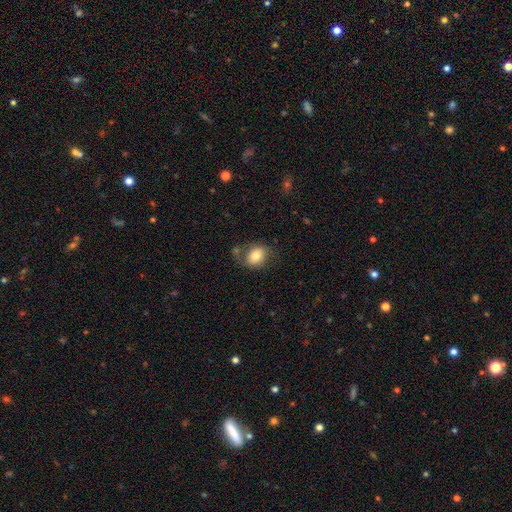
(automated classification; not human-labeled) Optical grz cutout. It shows a smooth galaxy with no disk features (72%) that is round (57%). Merging: none (59%).